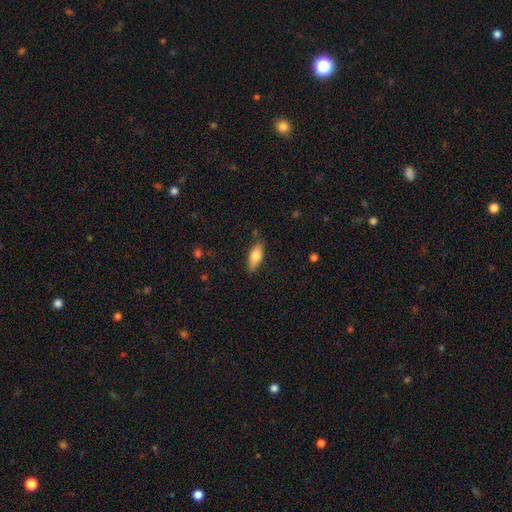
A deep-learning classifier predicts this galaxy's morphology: smooth_or_featured: smooth (p=0.75) [alt: featured or disk p=0.19]
how_rounded: in between (p=0.76) [alt: cigar-shaped p=0.22]
merging: none (p=0.84) [alt: minor disturbance p=0.12]